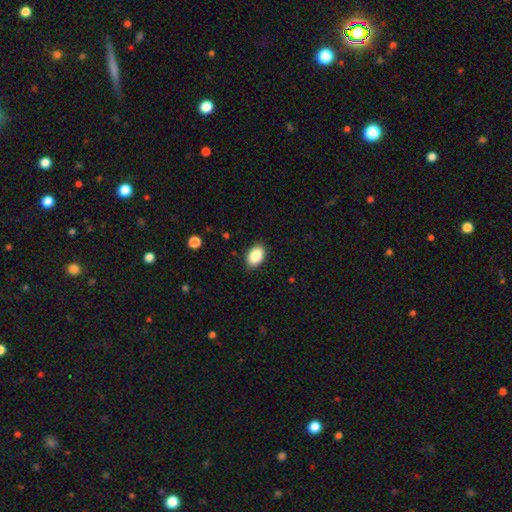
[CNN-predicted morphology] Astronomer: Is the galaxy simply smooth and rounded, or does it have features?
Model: smooth — 87%.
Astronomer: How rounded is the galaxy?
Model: in between — 86%.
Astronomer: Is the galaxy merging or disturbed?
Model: none — 89%.